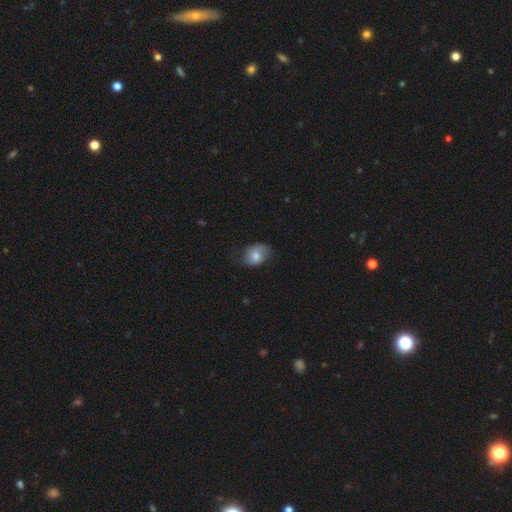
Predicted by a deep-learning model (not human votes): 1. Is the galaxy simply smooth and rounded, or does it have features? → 69% smooth, 23% featured or disk, 8% star or artifact.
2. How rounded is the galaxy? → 70% in between, 29% round, 1% cigar-shaped.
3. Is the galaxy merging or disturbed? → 64% none, 28% minor disturbance, 8% major disturbance, 1% merger.